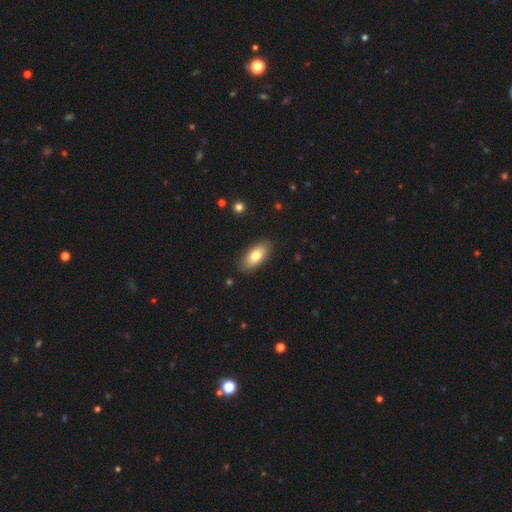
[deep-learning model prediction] This is likely a smooth galaxy (78%). How rounded: clearly in between (89%). Merging: clearly none (88%).